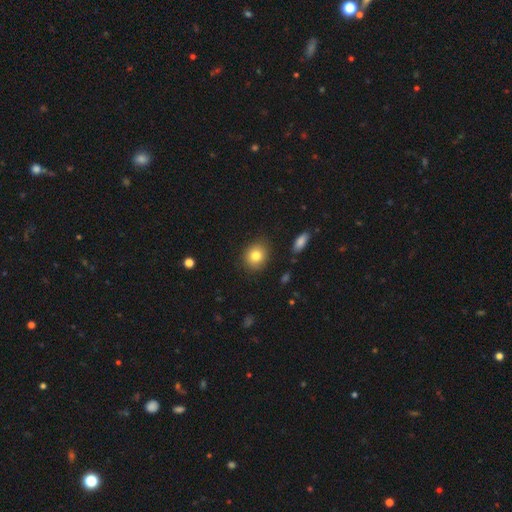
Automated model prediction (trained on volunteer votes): Morphology: type=smooth (82%); roundness=round (73%); merging=none (86%).